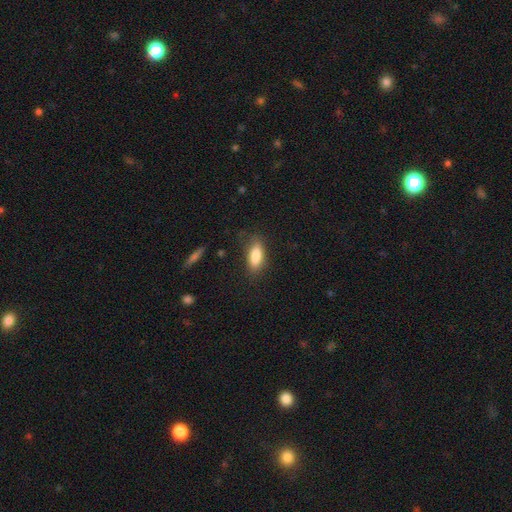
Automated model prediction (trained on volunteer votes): A smooth galaxy with no disk features (85%) that is in between round and cigar-shaped (77%). Merging: none (77%).